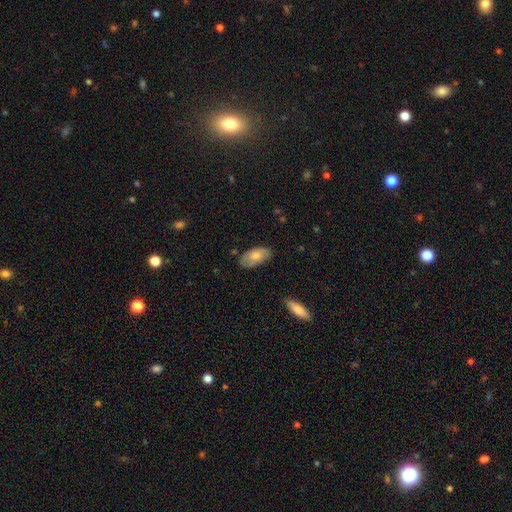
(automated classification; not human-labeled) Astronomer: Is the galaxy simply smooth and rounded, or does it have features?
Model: smooth — 76%.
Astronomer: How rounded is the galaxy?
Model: in between — 94%.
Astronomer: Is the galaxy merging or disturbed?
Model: none — 74%.